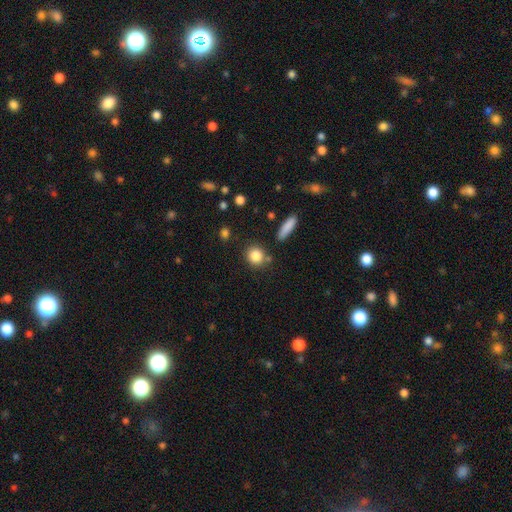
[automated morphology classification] A smooth galaxy with no disk features (85%) that is round (82%). Merging: none (78%).